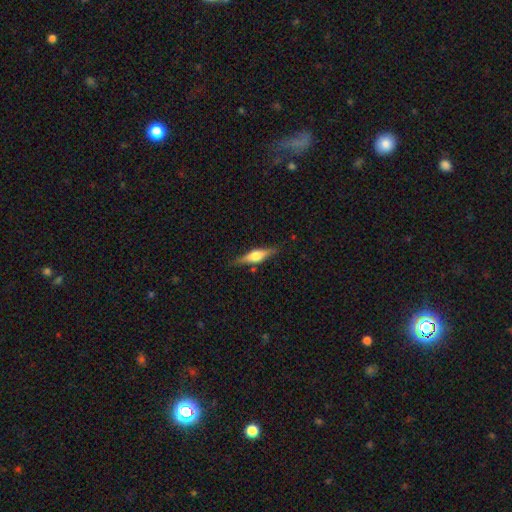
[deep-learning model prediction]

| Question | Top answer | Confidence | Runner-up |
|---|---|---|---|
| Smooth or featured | featured or disk | 64% | smooth (30%) |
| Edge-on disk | yes | 96% | no (4%) |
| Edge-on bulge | rounded | 87% | boxy (10%) |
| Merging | none | 85% | minor disturbance (11%) |